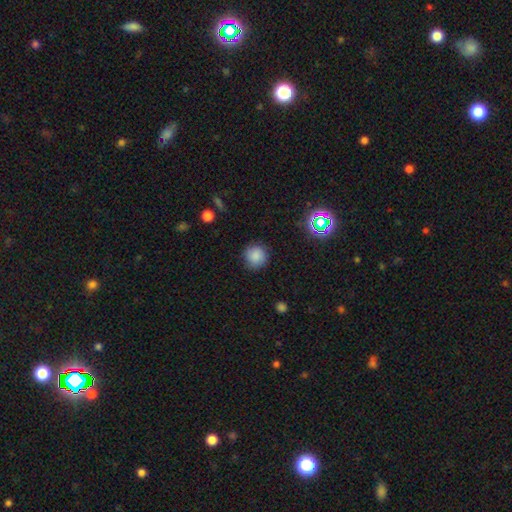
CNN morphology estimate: Smooth or featured? Predicted: smooth (p=0.84). How rounded? Predicted: round (p=0.93). Merging? Predicted: none (p=0.87).